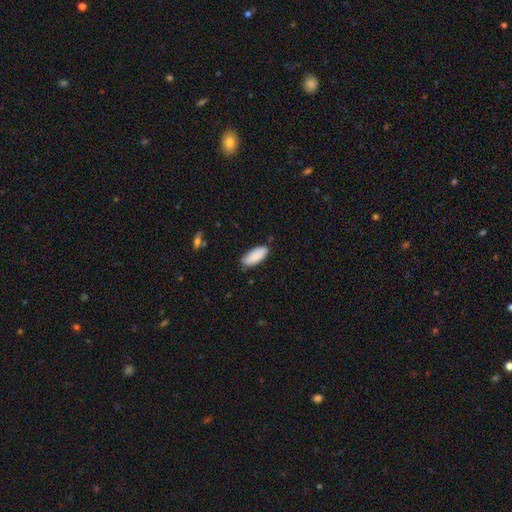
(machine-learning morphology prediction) Smooth or featured? smooth (88%)
How rounded? in between (84%)
Merging? none (79%)